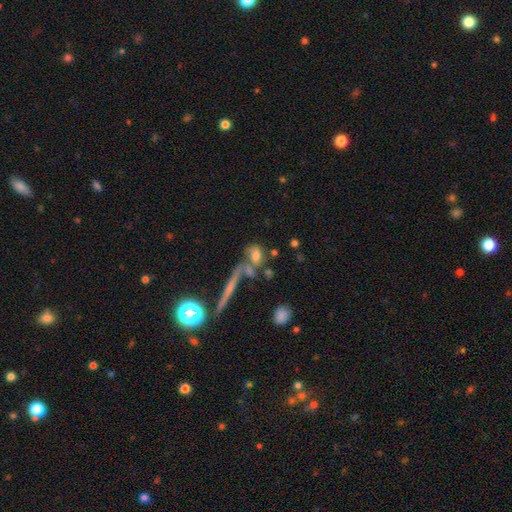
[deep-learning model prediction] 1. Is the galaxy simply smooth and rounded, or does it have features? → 62% smooth, 25% featured or disk, 13% star or artifact.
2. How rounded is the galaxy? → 61% in between, 22% round, 17% cigar-shaped.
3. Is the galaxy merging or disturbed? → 42% none, 33% merger, 14% minor disturbance, 11% major disturbance.